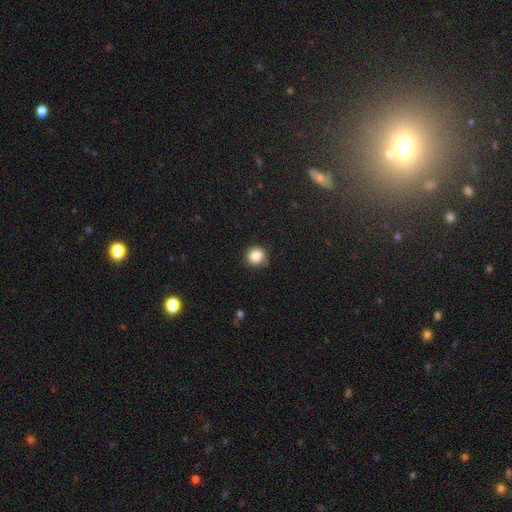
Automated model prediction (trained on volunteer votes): A smooth galaxy with no disk features (85%) that is round (92%).

Vote fractions:
- Smooth or featured? smooth: 85% / star or artifact: 10% / featured or disk: 5%
- How rounded? round: 92% / in between: 7% / cigar-shaped: 1%
- Merging? none: 79% / minor disturbance: 16% / major disturbance: 3% / merger: 1%